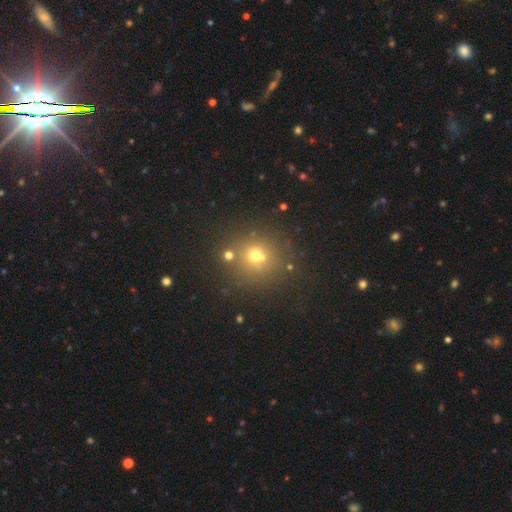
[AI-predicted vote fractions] Smooth or featured? Predicted: smooth (p=0.61). How rounded? Predicted: round (p=0.88). Merging? Predicted: none (p=0.67).